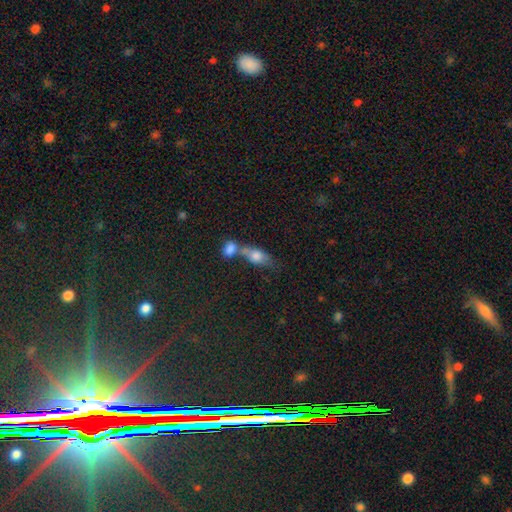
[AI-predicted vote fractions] A smooth galaxy with no disk features (71%) that is in between round and cigar-shaped (77%). Merging: merger (58%).